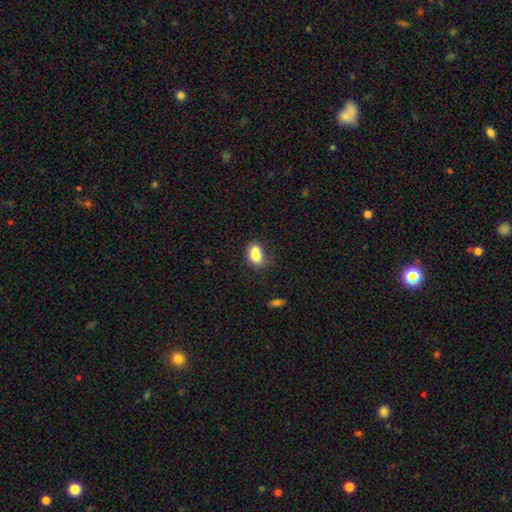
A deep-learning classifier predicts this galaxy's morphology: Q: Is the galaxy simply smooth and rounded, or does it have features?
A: smooth — 76%.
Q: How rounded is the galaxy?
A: in between — 75%.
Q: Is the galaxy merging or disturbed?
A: merger — 39%.